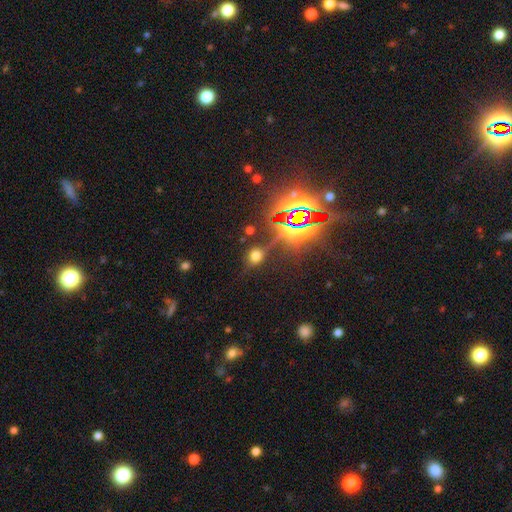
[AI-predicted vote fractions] Q: Smooth or featured?
A: smooth (49%); runner-up: star or artifact (38%)
Q: Merging?
A: none (71%); runner-up: minor disturbance (15%)